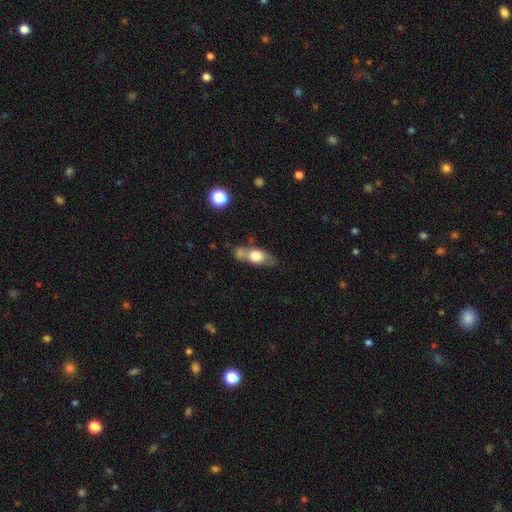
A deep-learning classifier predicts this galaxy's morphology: smooth_or_featured: smooth (p=0.67) [alt: featured or disk p=0.25]
how_rounded: in between (p=0.69) [alt: round p=0.15]
merging: none (p=0.37) [tied with: merger p=0.37]